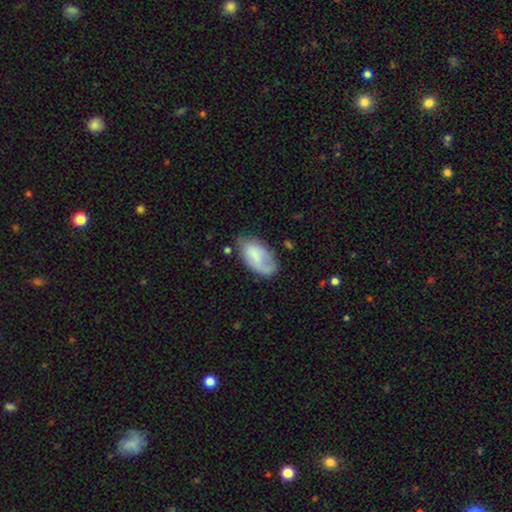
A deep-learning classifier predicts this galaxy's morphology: Smooth or featured?
  - smooth: 70% *
  - featured or disk: 23%
  - star or artifact: 7%
How rounded?
  - in between: 94% *
  - round: 4%
  - cigar-shaped: 2%
Merging?
  - none: 53% *
  - minor disturbance: 30%
  - major disturbance: 14%
  - merger: 4%